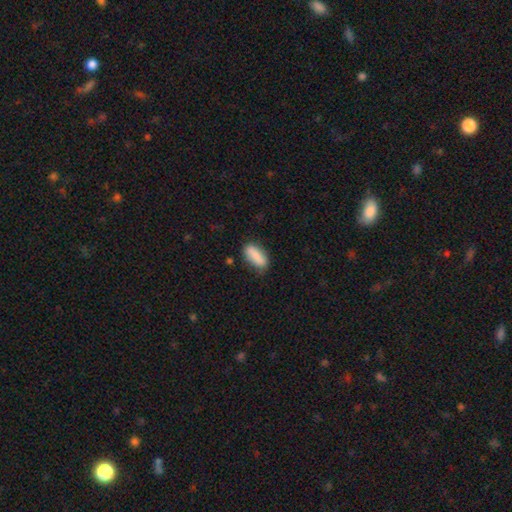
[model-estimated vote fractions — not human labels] A smooth galaxy with no disk features (86%) that is in between round and cigar-shaped (78%). Merging: none (73%).